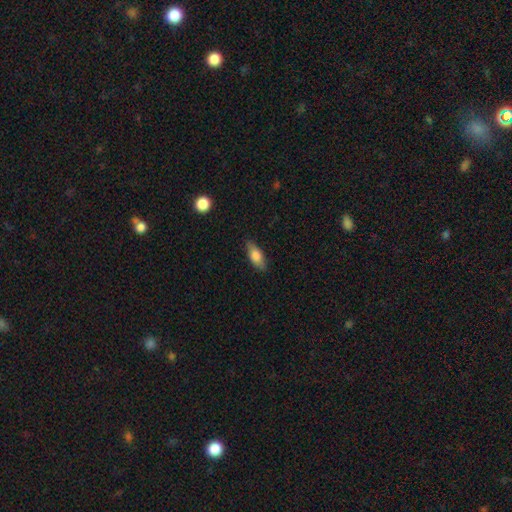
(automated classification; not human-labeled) Smooth or featured? smooth (74%)
How rounded? in between (76%)
Merging? none (83%)